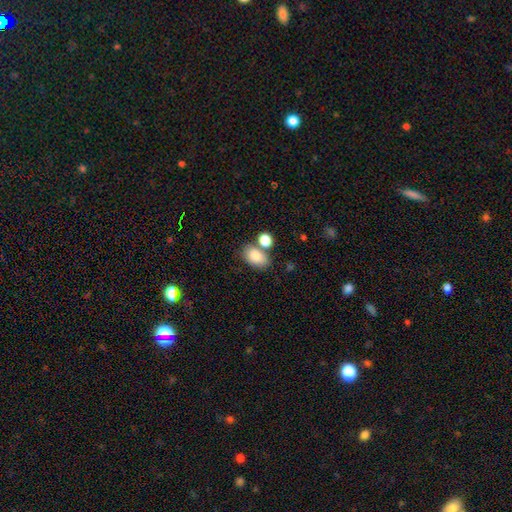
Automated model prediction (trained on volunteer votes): Q: Smooth or featured?
A: smooth (84%); runner-up: star or artifact (8%)
Q: How rounded?
A: in between (85%); runner-up: round (13%)
Q: Merging?
A: none (58%); runner-up: merger (23%)